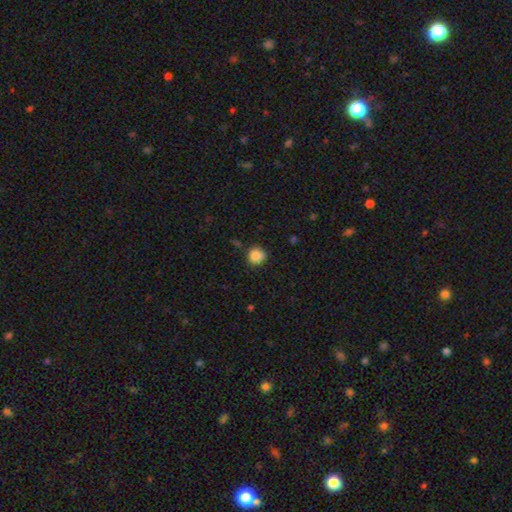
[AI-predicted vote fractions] A smooth galaxy with no disk features (86%) that is round (88%).

Vote fractions:
- Smooth or featured? smooth: 86% / star or artifact: 10% / featured or disk: 5%
- How rounded? round: 88% / in between: 11% / cigar-shaped: 1%
- Merging? none: 76% / minor disturbance: 18% / major disturbance: 3% / merger: 3%